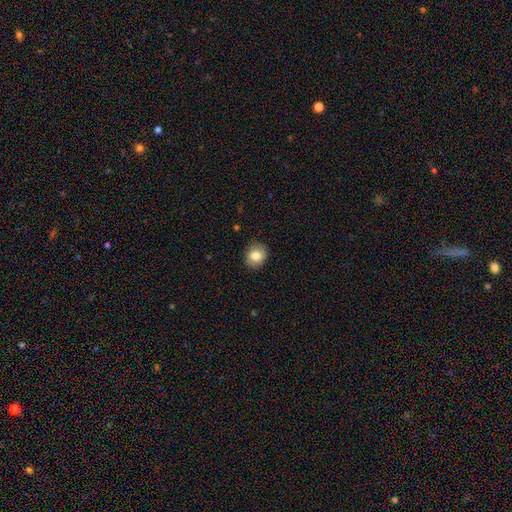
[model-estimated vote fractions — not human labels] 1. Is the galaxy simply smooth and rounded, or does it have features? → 81% smooth, 10% featured or disk, 9% star or artifact.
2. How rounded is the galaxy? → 69% round, 30% in between, 1% cigar-shaped.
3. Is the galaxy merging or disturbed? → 88% none, 9% minor disturbance, 2% major disturbance, 1% merger.